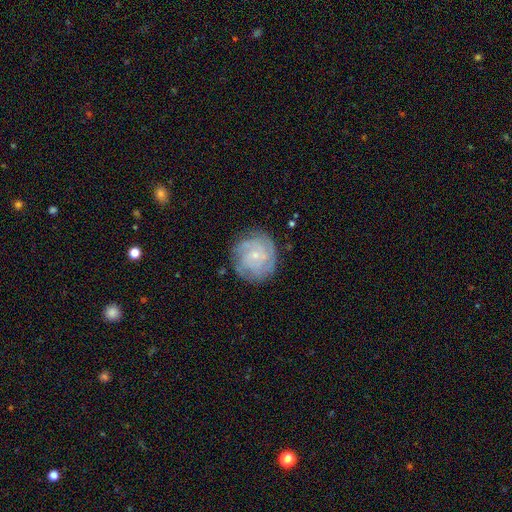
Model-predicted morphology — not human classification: A featured or disk galaxy (74%) with no bar (76%), tight (74%) spiral arms (92%) and a small central bulge (81%).

Vote fractions:
- Smooth or featured? featured or disk: 74% / smooth: 19% / star or artifact: 7%
- Edge-on disk? no: 98% / yes: 2%
- Bar? no: 76% / weak: 21% / strong: 3%
- Spiral arms? yes: 92% / no: 8%
- Spiral winding? tight: 74% / medium: 21% / loose: 5%
- Spiral arm count? can't tell: 38% / 3: 21% / 2: 15% / 4: 14% / more than 4: 6% / 1: 6%
- Bulge size? small: 81% / moderate: 13% / none: 4% / large: 1% / dominant: 1%
- Merging? none: 79% / minor disturbance: 15% / major disturbance: 5% / merger: 1%